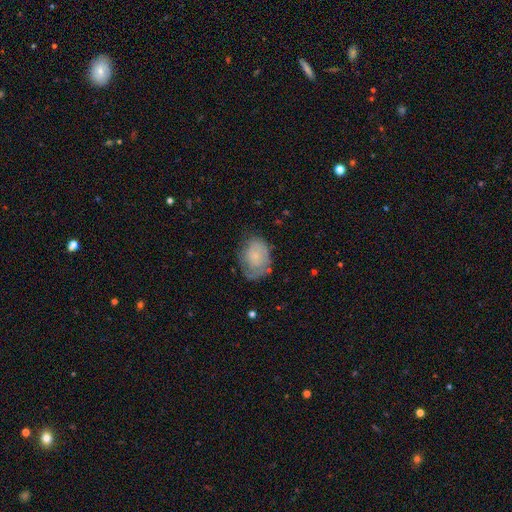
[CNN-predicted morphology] smooth 54%, featured or disk 38%, star or artifact 7%. Down the decision tree: how rounded — in between (71%); merging — none (54%).